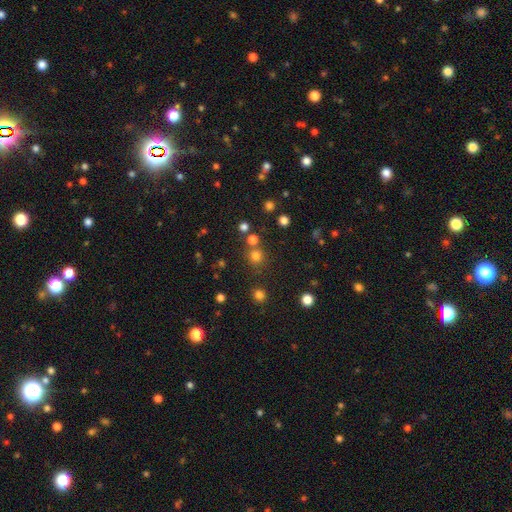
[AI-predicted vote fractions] A smooth galaxy with no disk features (75%) that is round (91%).

Vote fractions:
- Smooth or featured? smooth: 75% / star or artifact: 19% / featured or disk: 6%
- How rounded? round: 91% / in between: 8% / cigar-shaped: 1%
- Merging? none: 75% / merger: 14% / minor disturbance: 8% / major disturbance: 3%